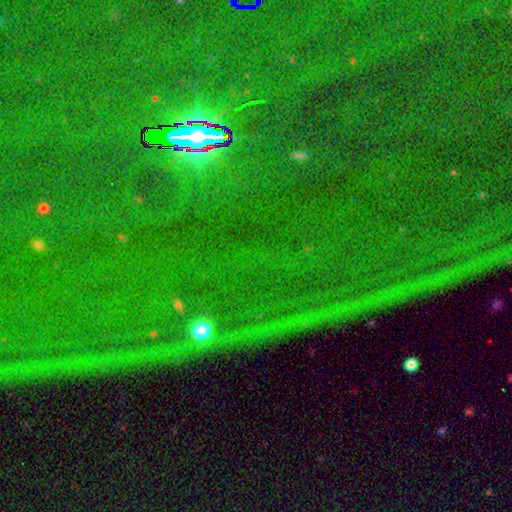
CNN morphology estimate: A star or artifact, not a galaxy (86%).